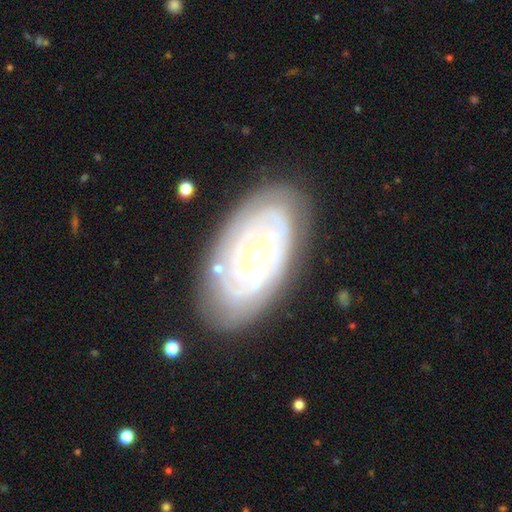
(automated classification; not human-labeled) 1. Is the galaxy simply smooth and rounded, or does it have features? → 81% featured or disk, 13% smooth, 5% star or artifact.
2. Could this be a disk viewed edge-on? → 94% no, 6% yes.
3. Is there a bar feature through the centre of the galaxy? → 80% no, 14% weak, 5% strong.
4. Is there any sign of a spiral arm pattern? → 83% yes, 17% no.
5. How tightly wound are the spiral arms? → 83% tight, 13% medium, 4% loose.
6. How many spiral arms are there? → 50% can't tell, 20% 2, 12% 3, 8% 4, 6% more than 4, 5% 1.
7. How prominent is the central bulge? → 57% small, 40% moderate, 2% large, 1% none, 1% dominant.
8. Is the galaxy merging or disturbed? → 79% none, 15% minor disturbance, 4% major disturbance, 2% merger.